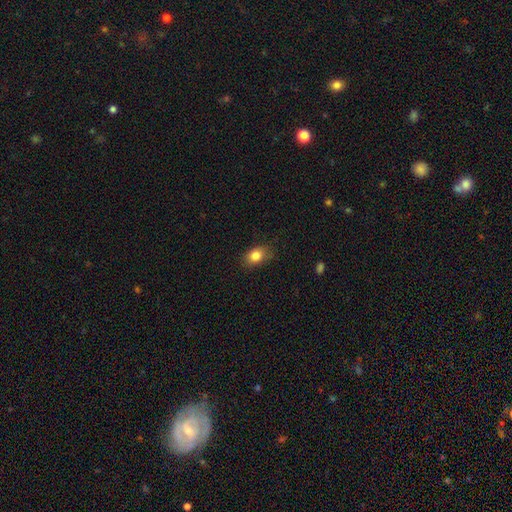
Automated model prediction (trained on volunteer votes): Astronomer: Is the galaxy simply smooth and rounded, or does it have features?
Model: smooth — 83%.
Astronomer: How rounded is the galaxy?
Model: in between — 71%.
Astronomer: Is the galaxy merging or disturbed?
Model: none — 81%.